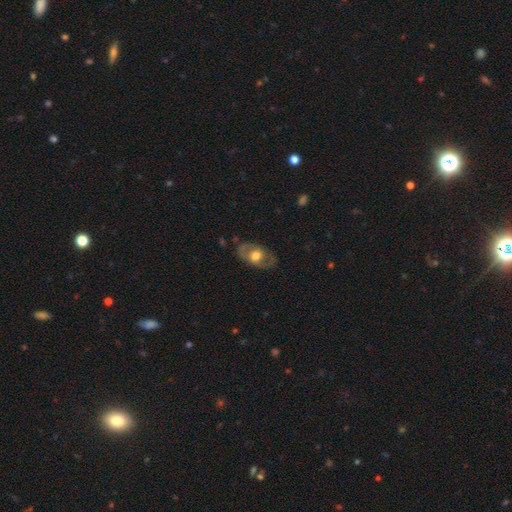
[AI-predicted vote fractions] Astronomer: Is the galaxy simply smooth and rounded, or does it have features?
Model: featured or disk — 49% (runner-up: smooth, 44%).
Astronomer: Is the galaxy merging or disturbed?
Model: none — 76%.